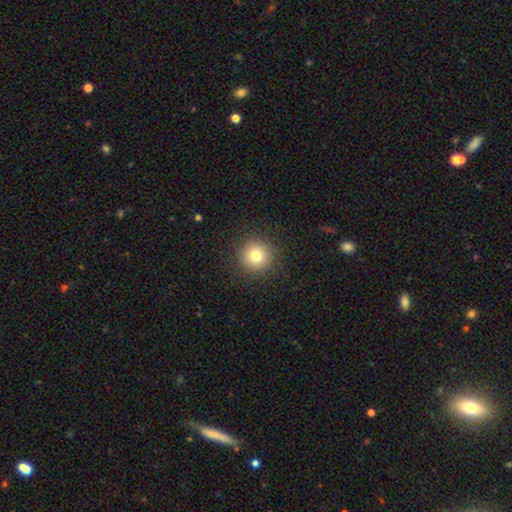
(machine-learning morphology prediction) A smooth galaxy with no disk features (78%) that is round (95%).

Vote fractions:
- Smooth or featured? smooth: 78% / star or artifact: 13% / featured or disk: 9%
- How rounded? round: 95% / in between: 4% / cigar-shaped: 1%
- Merging? none: 90% / minor disturbance: 6% / major disturbance: 3% / merger: 1%